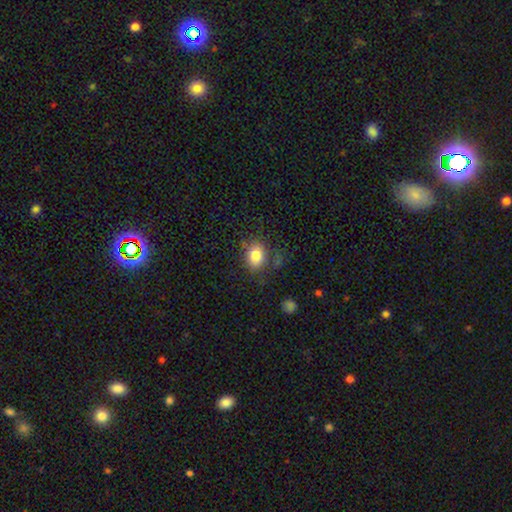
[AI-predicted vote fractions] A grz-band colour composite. It shows a smooth galaxy with no disk features (82%) that is in between round and cigar-shaped (60%). Merging: none (72%).